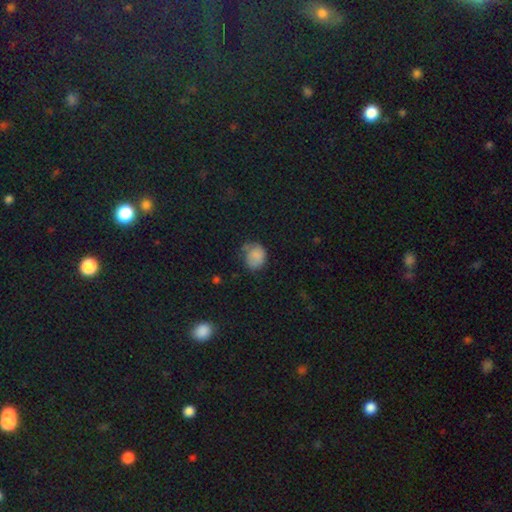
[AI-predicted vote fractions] smooth-or-featured: smooth: 73% | featured or disk: 15% | star or artifact: 12%
  how-rounded: round: 62% | in between: 37% | cigar-shaped: 1%
  merging: none: 46% | minor disturbance: 35% | major disturbance: 17% | merger: 3%